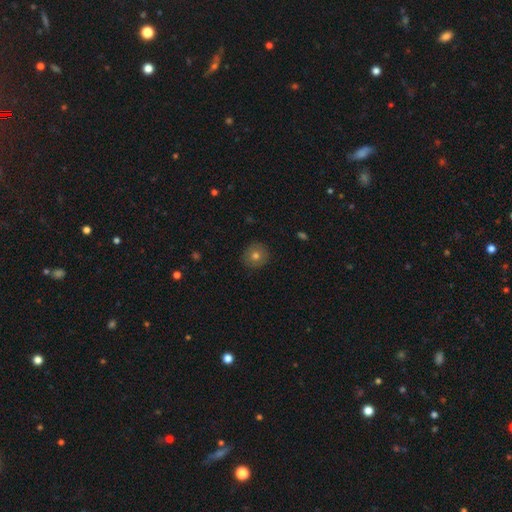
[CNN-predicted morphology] smooth_or_featured: smooth (p=0.74) [alt: featured or disk p=0.15]
how_rounded: round (p=0.92) [alt: in between p=0.07]
merging: none (p=0.90) [alt: minor disturbance p=0.07]